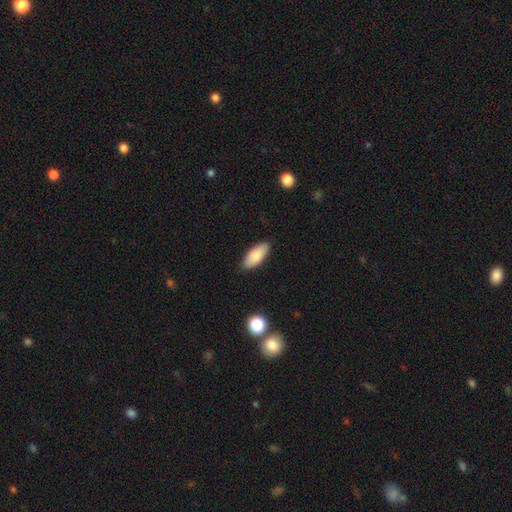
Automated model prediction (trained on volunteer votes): smooth_or_featured: smooth (p=0.83) [alt: featured or disk p=0.11]
how_rounded: in between (p=0.86) [alt: cigar-shaped p=0.12]
merging: none (p=0.86) [alt: minor disturbance p=0.11]